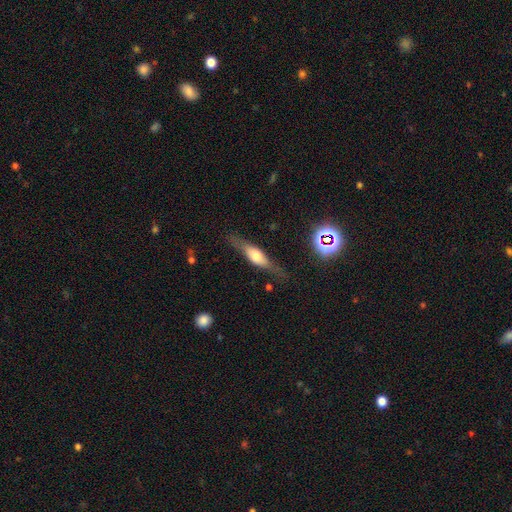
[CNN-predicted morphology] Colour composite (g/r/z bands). It shows a featured or disk galaxy (55%) viewed edge-on (88%). Merging: none (76%).